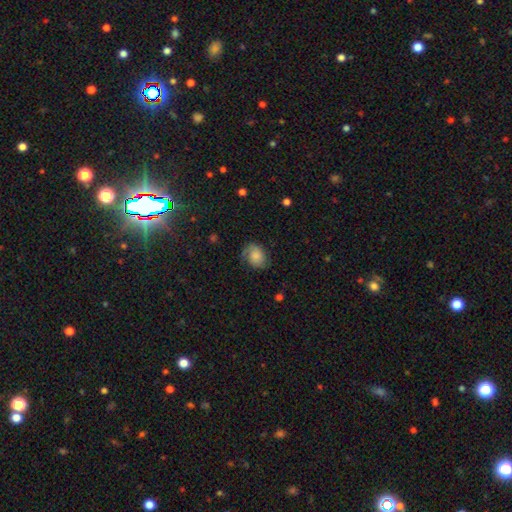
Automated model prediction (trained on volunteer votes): Smooth or featured?
  - smooth: 56% *
  - featured or disk: 35%
  - star or artifact: 9%
How rounded?
  - in between: 54% *
  - round: 45%
  - cigar-shaped: 1%
Merging?
  - none: 62% *
  - minor disturbance: 24%
  - major disturbance: 13%
  - merger: 1%